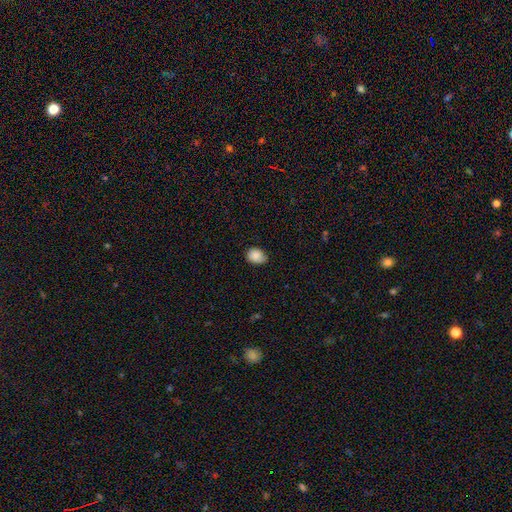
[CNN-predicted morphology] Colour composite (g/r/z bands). It shows a smooth galaxy with no disk features (84%) that is in between round and cigar-shaped (54%). Merging: none (59%).